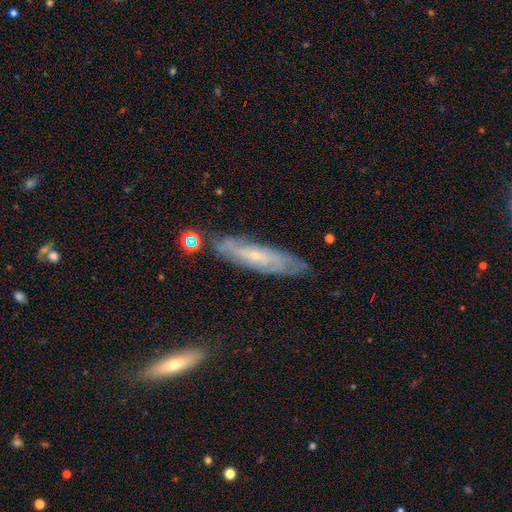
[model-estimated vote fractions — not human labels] Smooth or featured? Predicted: featured or disk (p=0.67). Edge-on disk? Predicted: no (p=0.68). Merging? Predicted: none (p=0.75).